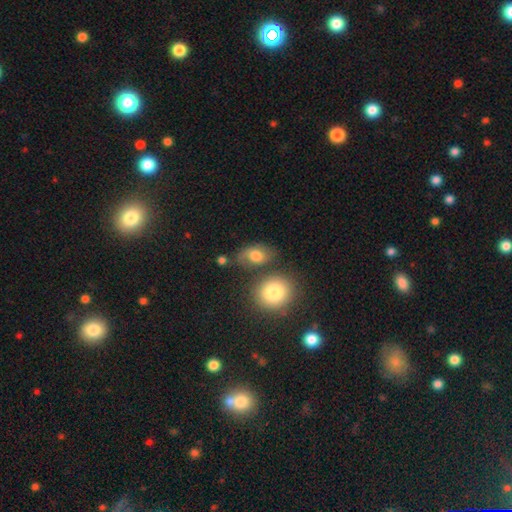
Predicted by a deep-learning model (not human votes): The model was most divided on "merging": none: 54%, minor disturbance: 20%, merger: 16%, major disturbance: 10%. More confident: how rounded — in between (73%); smooth or featured — smooth (69%).